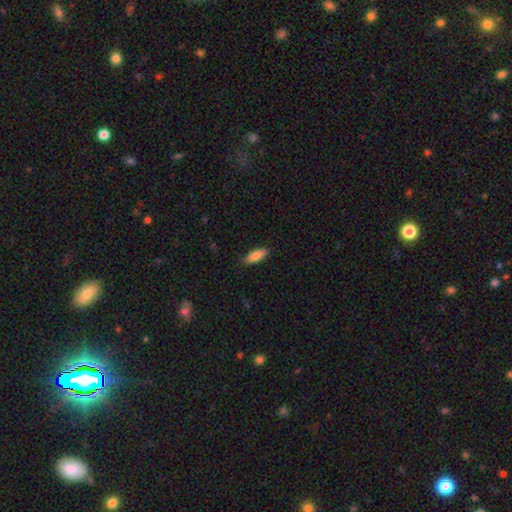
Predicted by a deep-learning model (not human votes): This is clearly a smooth galaxy (82%). How rounded: likely in between (67%). Merging: clearly none (86%).